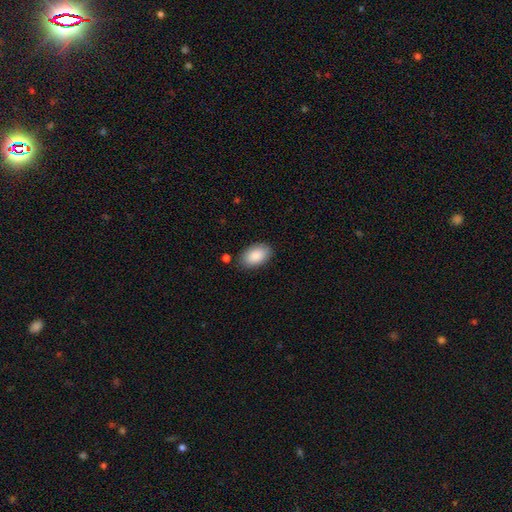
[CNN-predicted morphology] Smooth or featured? Predicted: smooth (p=0.89). How rounded? Predicted: in between (p=0.93). Merging? Predicted: none (p=0.83).